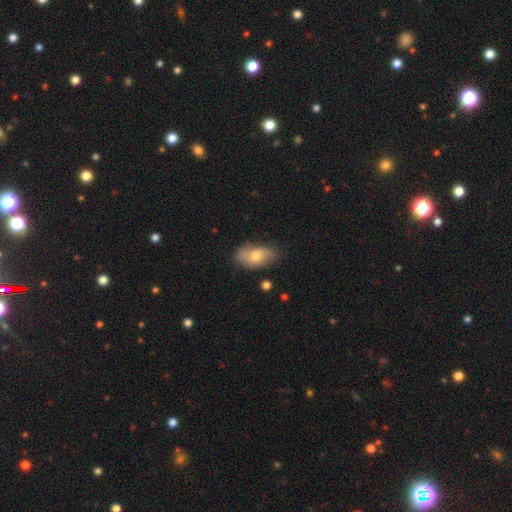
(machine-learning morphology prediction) smooth 62%, featured or disk 31%, star or artifact 7%. Down the decision tree: how rounded — in between (91%); merging — none (71%).